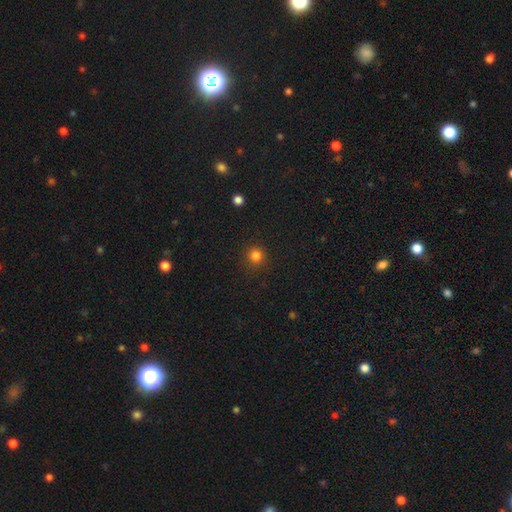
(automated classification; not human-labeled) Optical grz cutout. It shows a smooth galaxy with no disk features (82%) that is round (93%). Merging: none (89%).